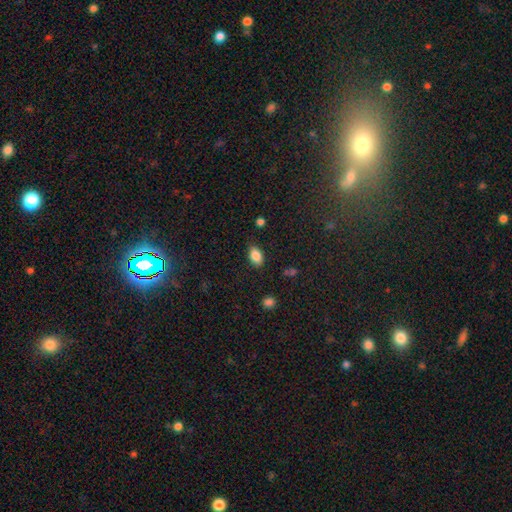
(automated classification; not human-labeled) Smooth or featured: smooth — 85% (star or artifact — 9%)
How rounded: in between — 90% (round — 8%)
Merging: none — 84% (minor disturbance — 12%)